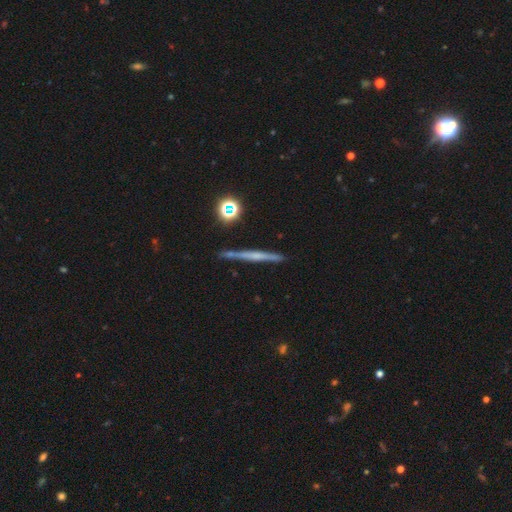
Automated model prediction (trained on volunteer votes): This appears to be a featured or disk galaxy (60%) viewed edge-on (97%) with no central bulge (52%). Merging: none (86%).